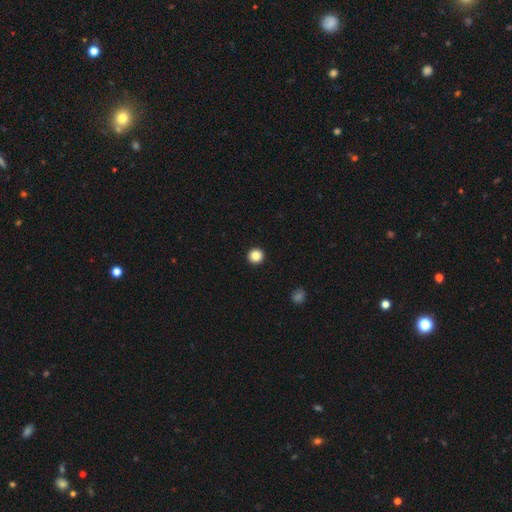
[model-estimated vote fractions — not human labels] Smooth or featured: smooth — 87% (star or artifact — 10%)
How rounded: round — 96% (in between — 3%)
Merging: none — 94% (minor disturbance — 3%)